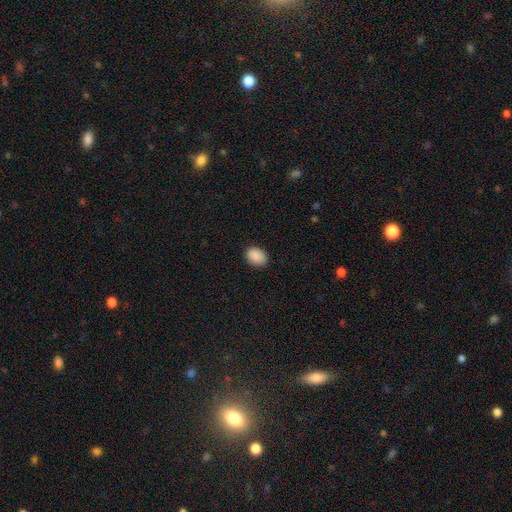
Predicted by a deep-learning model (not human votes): Smooth or featured: smooth — 89% (star or artifact — 8%)
How rounded: in between — 69% (round — 30%)
Merging: none — 86% (minor disturbance — 10%)